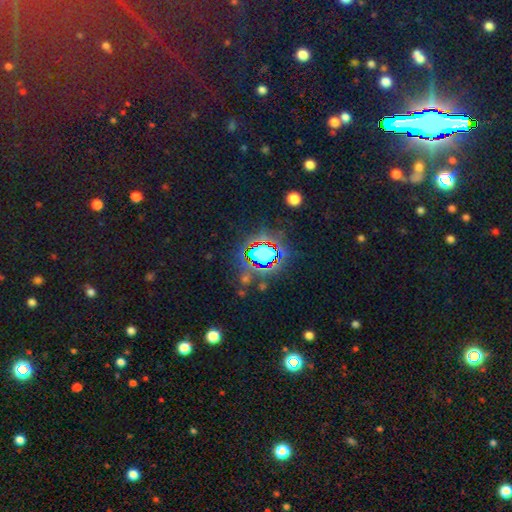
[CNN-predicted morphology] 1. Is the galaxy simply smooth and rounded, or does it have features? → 84% star or artifact, 9% smooth, 7% featured or disk.